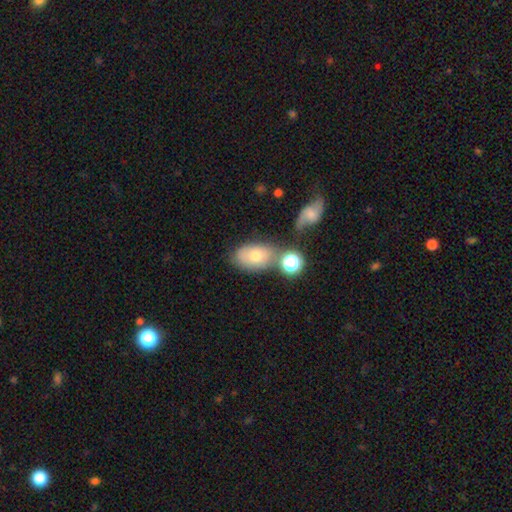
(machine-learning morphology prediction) smooth_or_featured: smooth (p=0.64) [alt: featured or disk p=0.26]
how_rounded: in between (p=0.85) [alt: round p=0.13]
merging: none (p=0.55) [alt: merger p=0.19]